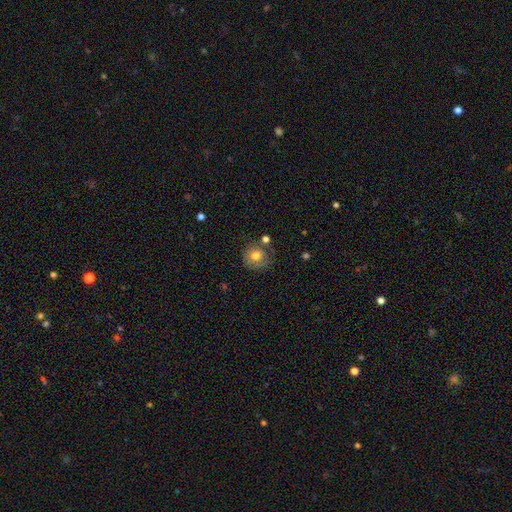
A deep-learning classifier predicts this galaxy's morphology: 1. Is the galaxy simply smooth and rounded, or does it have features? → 70% smooth, 20% featured or disk, 10% star or artifact.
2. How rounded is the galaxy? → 88% round, 11% in between, 1% cigar-shaped.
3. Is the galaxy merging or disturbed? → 70% none, 17% minor disturbance, 6% merger, 6% major disturbance.